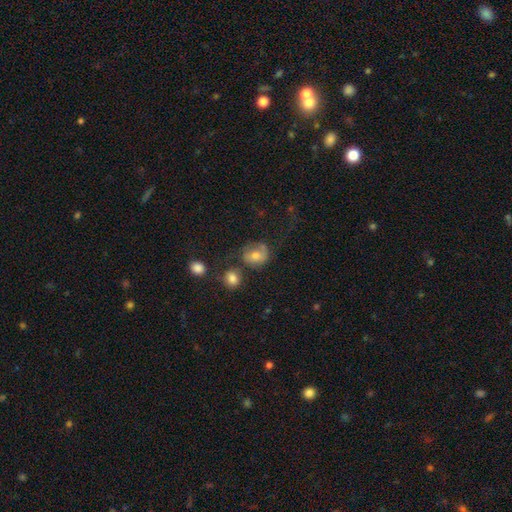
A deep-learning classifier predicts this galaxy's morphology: Smooth or featured? smooth (64%)
How rounded? round (63%)
Merging? none (48%)